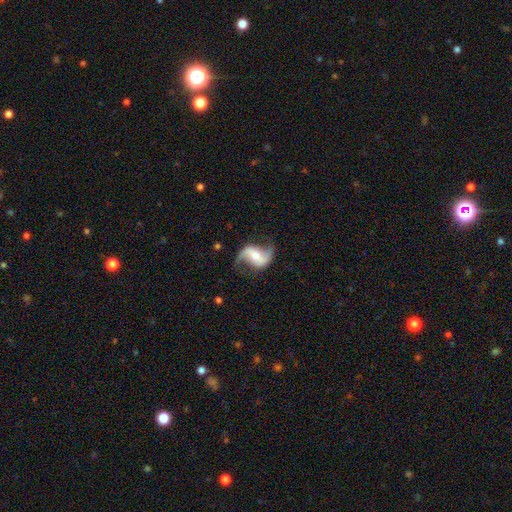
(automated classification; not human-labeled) smooth-or-featured: featured or disk: 85% | smooth: 10% | star or artifact: 5%
  disk-edge-on: no: 97% | yes: 3%
    bar: weak: 37% | strong: 36% | no: 27%
    has-spiral-arms: yes: 95% | no: 5%
      spiral-winding: loose: 73% | medium: 21% | tight: 5%
      spiral-arm-count: 2: 92% | 1: 3% | can't tell: 2% | 3: 1% | 4: 1% | more than 4: 1%
    bulge-size: moderate: 52% | small: 39% | large: 5% | none: 3% | dominant: 1%
  merging: none: 74% | minor disturbance: 16% | major disturbance: 8% | merger: 2%